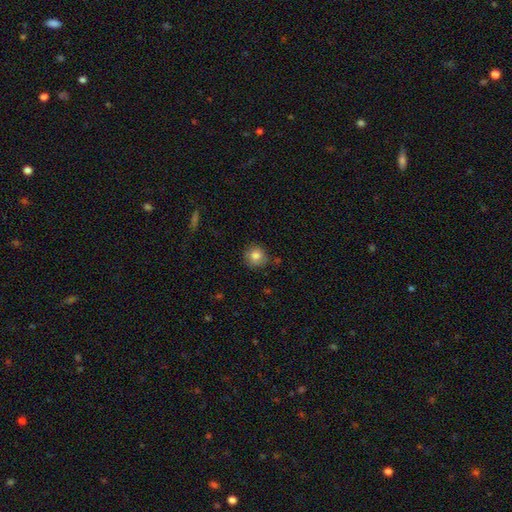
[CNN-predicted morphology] Smooth or featured? smooth (83%)
How rounded? round (91%)
Merging? none (80%)